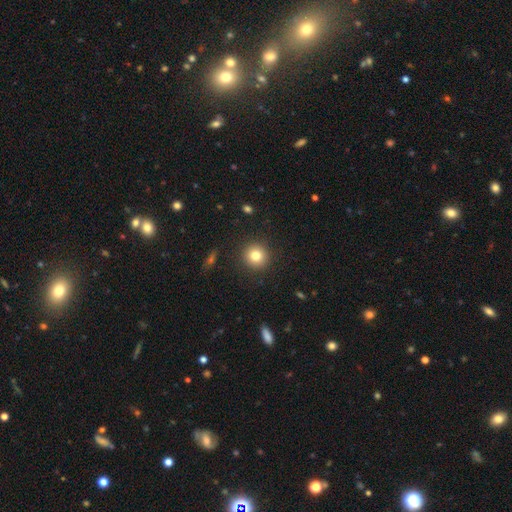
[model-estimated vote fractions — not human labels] smooth 81%, star or artifact 11%, featured or disk 8%. Down the decision tree: how rounded — round (94%); merging — none (91%).